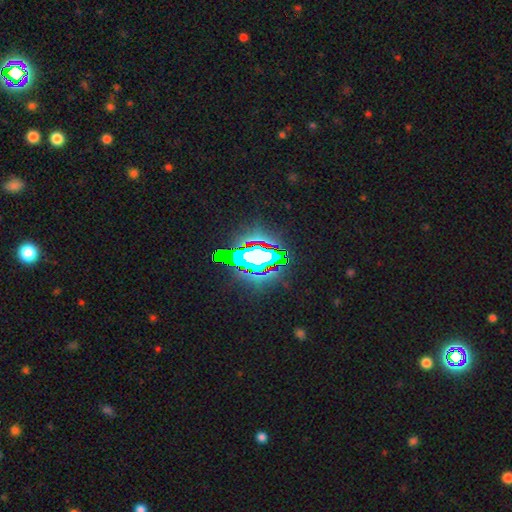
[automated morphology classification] smooth_or_featured: star or artifact (p=0.63) [alt: smooth p=0.19]